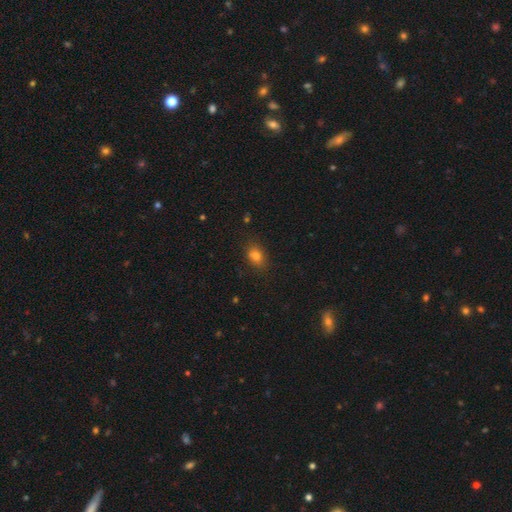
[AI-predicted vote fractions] This appears to be a smooth galaxy with no disk features (80%) that is in between round and cigar-shaped (69%). Merging: none (83%).